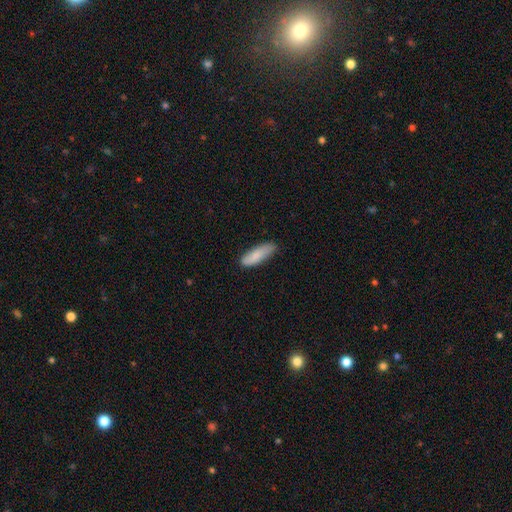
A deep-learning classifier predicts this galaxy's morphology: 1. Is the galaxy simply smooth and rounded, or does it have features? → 85% smooth, 10% featured or disk, 6% star or artifact.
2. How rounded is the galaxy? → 50% cigar-shaped, 49% in between, 2% round.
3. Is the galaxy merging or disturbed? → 77% none, 19% minor disturbance, 3% major disturbance, 1% merger.